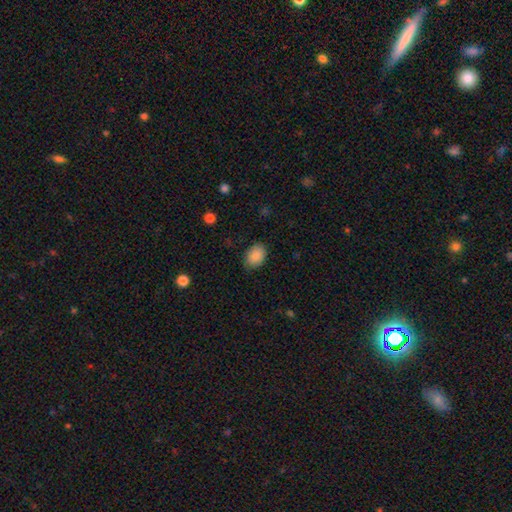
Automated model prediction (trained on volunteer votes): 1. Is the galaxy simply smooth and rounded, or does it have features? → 88% smooth, 7% star or artifact, 4% featured or disk.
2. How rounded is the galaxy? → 80% in between, 19% round, 1% cigar-shaped.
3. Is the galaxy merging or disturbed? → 83% none, 13% minor disturbance, 3% major disturbance, 1% merger.